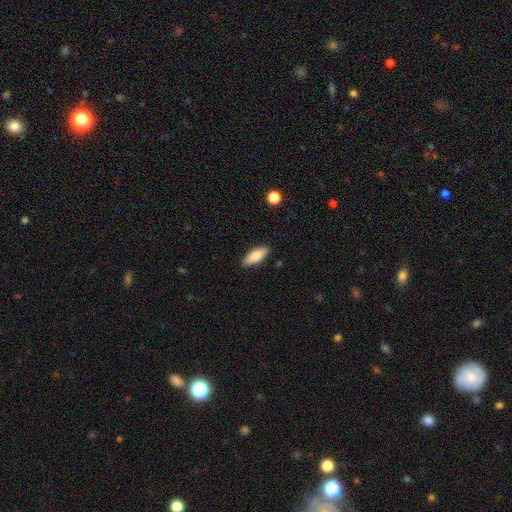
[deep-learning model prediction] Smooth or featured? smooth (80%)
How rounded? in between (72%)
Merging? none (88%)